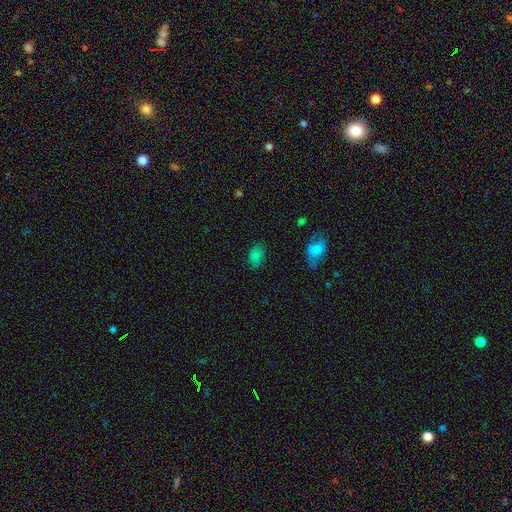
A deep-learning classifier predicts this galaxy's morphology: Smooth or featured: smooth — 79% (star or artifact — 14%)
How rounded: in between — 87% (round — 11%)
Merging: none — 75% (minor disturbance — 18%)